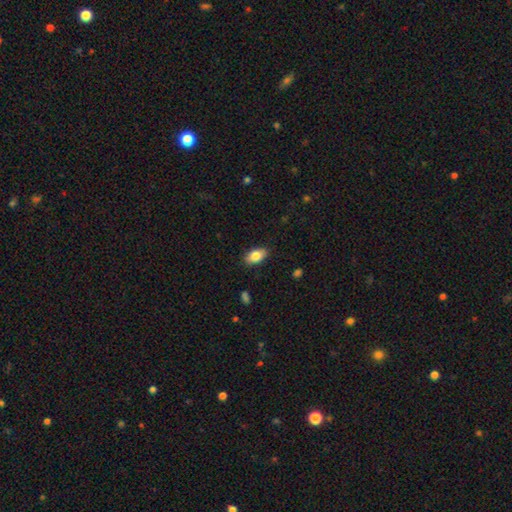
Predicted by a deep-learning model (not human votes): This is clearly a smooth galaxy (82%). How rounded: clearly in between (92%). Merging: clearly none (87%).